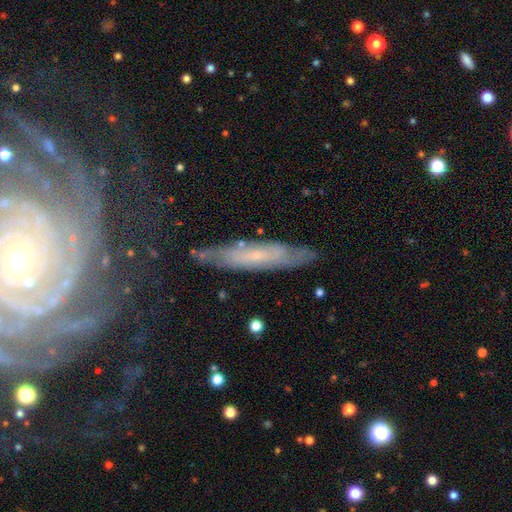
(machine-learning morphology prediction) This appears to be a featured or disk galaxy (58%) viewed edge-on (55%). Merging: none (80%).